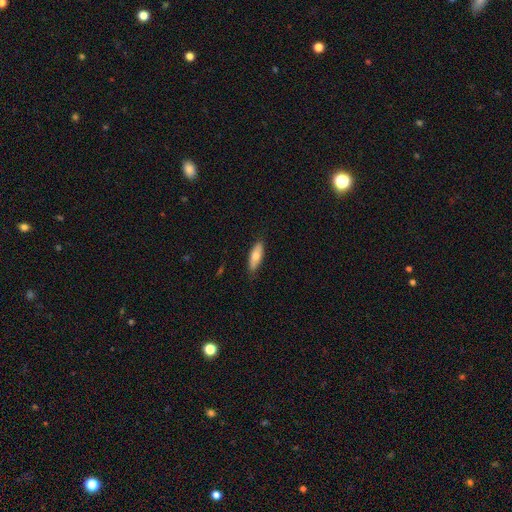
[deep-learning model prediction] Q: Smooth or featured?
A: smooth (71%); runner-up: featured or disk (23%)
Q: How rounded?
A: in between (59%); runner-up: cigar-shaped (39%)
Q: Merging?
A: none (84%); runner-up: minor disturbance (13%)